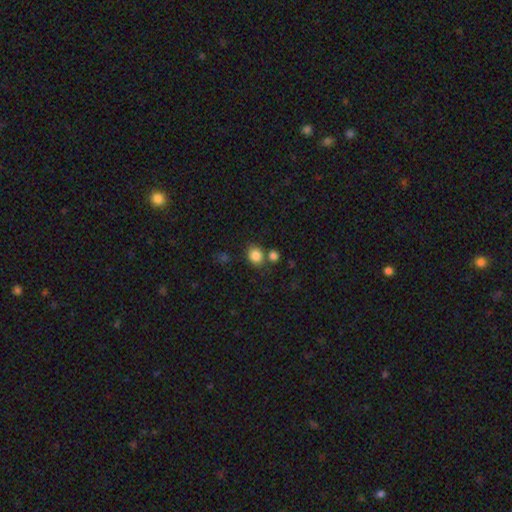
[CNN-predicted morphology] This appears to be a smooth galaxy with no disk features (84%) that is round (67%). Merging: none (69%).